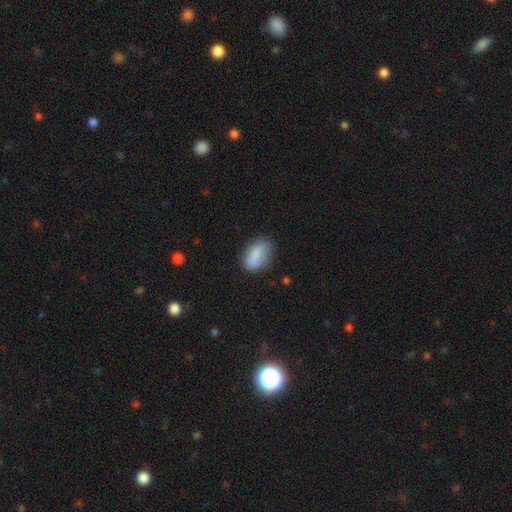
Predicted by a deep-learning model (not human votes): A smooth galaxy with no disk features (82%) that is in between round and cigar-shaped (88%). Merging: none (71%).